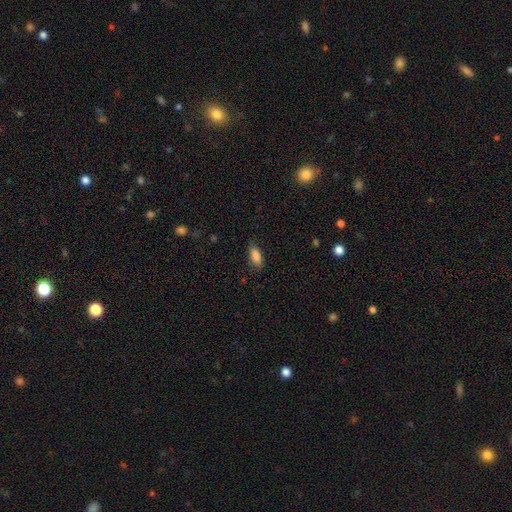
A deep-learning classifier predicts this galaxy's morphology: smooth-or-featured: smooth: 83% | featured or disk: 9% | star or artifact: 8%
  how-rounded: in between: 84% | cigar-shaped: 13% | round: 3%
  merging: none: 70% | minor disturbance: 23% | major disturbance: 6% | merger: 1%